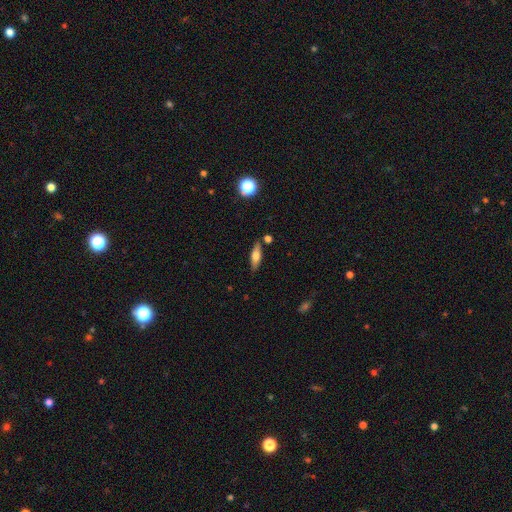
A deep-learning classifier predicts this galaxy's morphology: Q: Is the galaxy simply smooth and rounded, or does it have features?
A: smooth — 59%.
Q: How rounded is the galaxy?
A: in between — 51%.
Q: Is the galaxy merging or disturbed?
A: none — 81%.